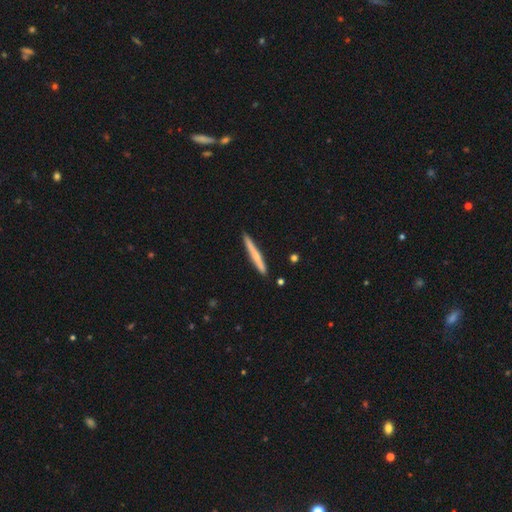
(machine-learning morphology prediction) Smooth or featured? smooth (56%)
How rounded? cigar-shaped (96%)
Merging? none (90%)